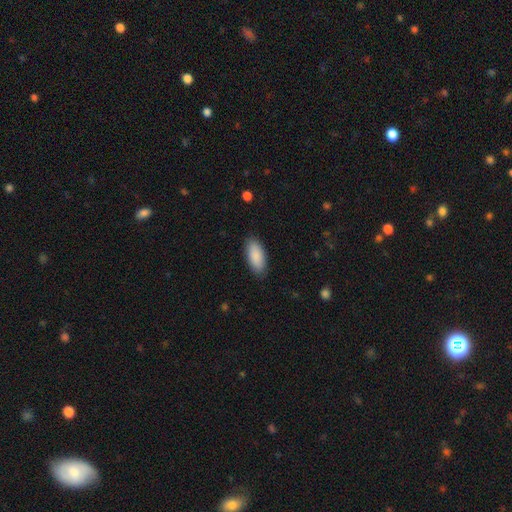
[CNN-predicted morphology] A smooth galaxy with no disk features (90%) that is in between round and cigar-shaped (89%).

Vote fractions:
- Smooth or featured? smooth: 90% / star or artifact: 6% / featured or disk: 4%
- How rounded? in between: 89% / cigar-shaped: 9% / round: 2%
- Merging? none: 87% / minor disturbance: 9% / major disturbance: 2% / merger: 1%